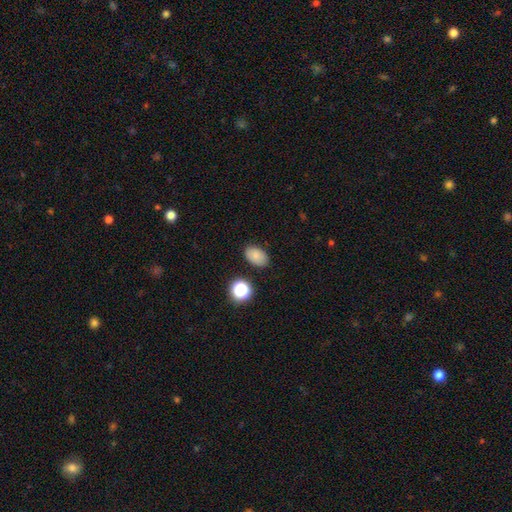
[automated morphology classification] Smooth or featured? smooth (83%)
How rounded? in between (87%)
Merging? none (86%)